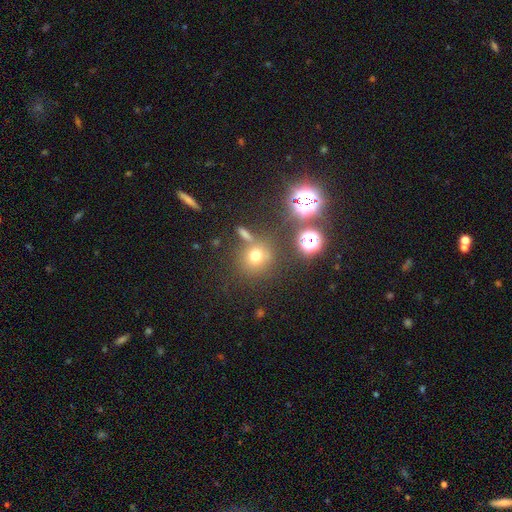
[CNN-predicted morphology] Smooth or featured?
  - smooth: 65% *
  - star or artifact: 25%
  - featured or disk: 10%
How rounded?
  - round: 86% *
  - in between: 12%
  - cigar-shaped: 1%
Merging?
  - none: 71% *
  - merger: 13%
  - minor disturbance: 11%
  - major disturbance: 5%